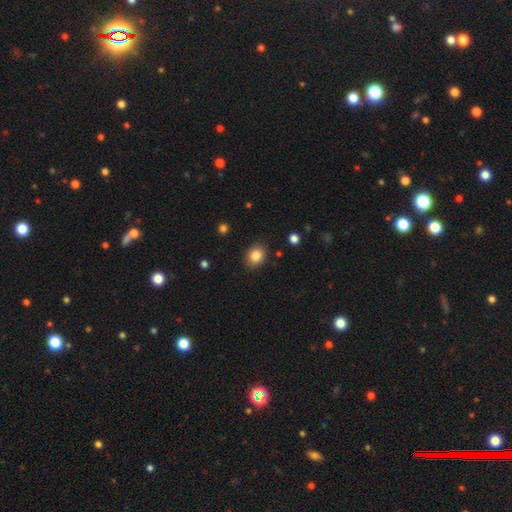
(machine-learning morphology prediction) Overall: smooth (84%). How rounded: in between (50%; round 49%). Merging: none (86%).